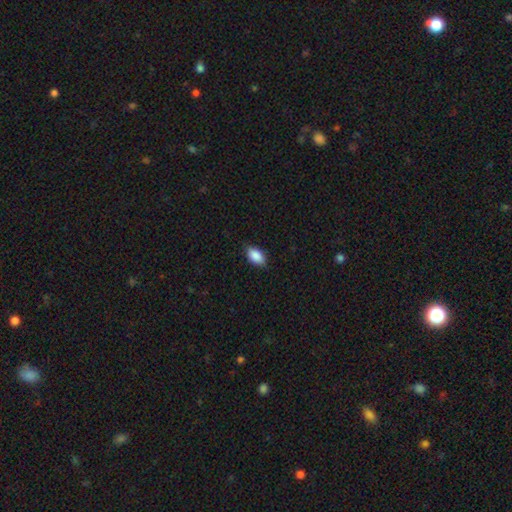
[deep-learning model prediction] smooth-or-featured: smooth: 88% | star or artifact: 7% | featured or disk: 5%
  how-rounded: in between: 91% | round: 6% | cigar-shaped: 3%
  merging: none: 82% | minor disturbance: 14% | major disturbance: 2% | merger: 1%